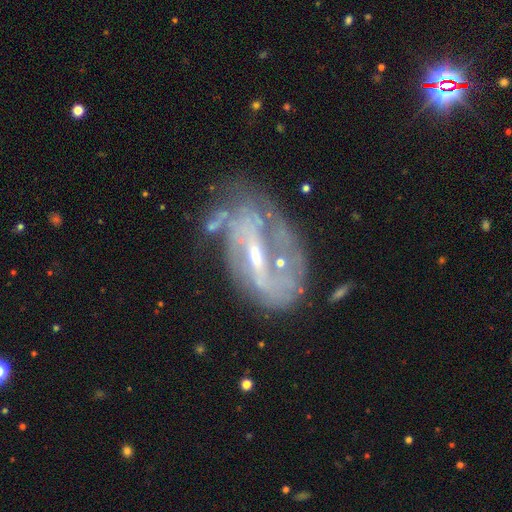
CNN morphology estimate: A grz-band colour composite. It shows a featured or disk galaxy (79%) with a weak bar (40%), tight (41%) spiral arms (76%) and a small central bulge (63%). Merging: none (54%).